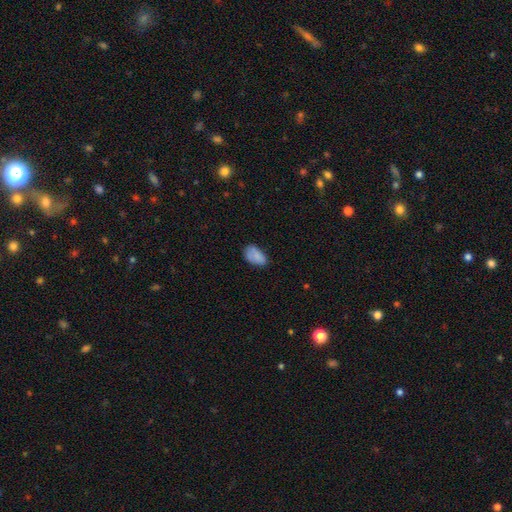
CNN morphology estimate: Smooth or featured?
  - smooth: 82% *
  - star or artifact: 9%
  - featured or disk: 9%
How rounded?
  - in between: 92% *
  - round: 6%
  - cigar-shaped: 2%
Merging?
  - none: 61% *
  - minor disturbance: 29%
  - major disturbance: 8%
  - merger: 3%